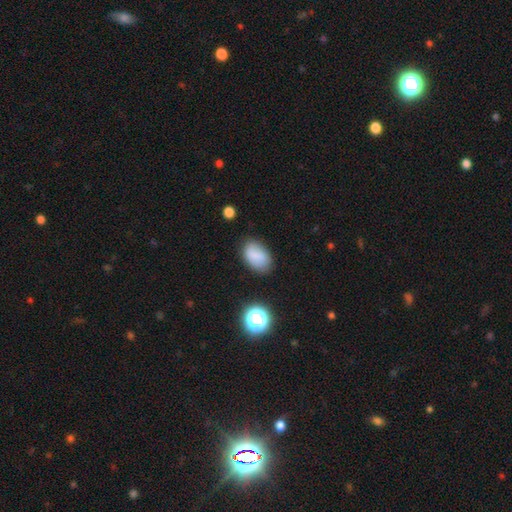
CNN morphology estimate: The model was most divided on "merging": none: 76%, minor disturbance: 18%, major disturbance: 4%, merger: 2%. More confident: how rounded — in between (90%); smooth or featured — smooth (82%).